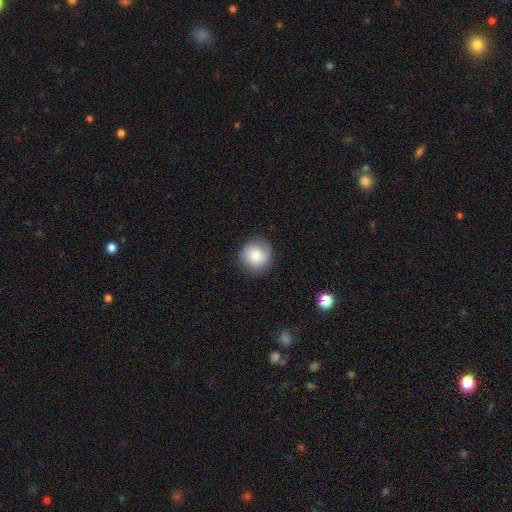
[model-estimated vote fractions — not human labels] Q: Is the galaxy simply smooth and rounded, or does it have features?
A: smooth — 76%.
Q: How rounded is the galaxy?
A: round — 92%.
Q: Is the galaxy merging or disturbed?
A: none — 83%.